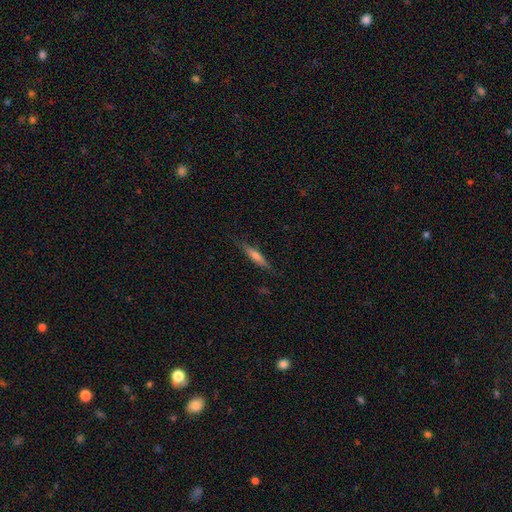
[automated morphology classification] type=smooth (49%); merging=none (82%).